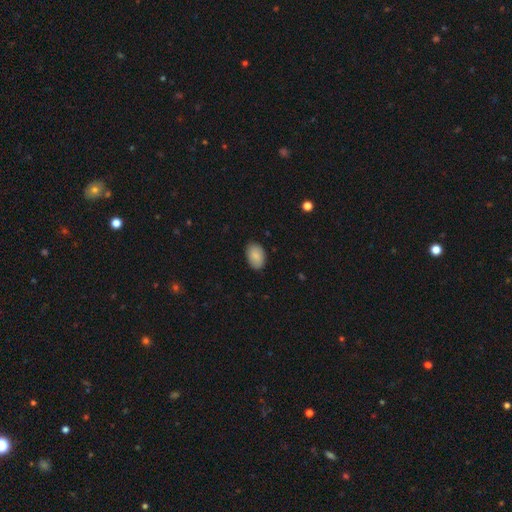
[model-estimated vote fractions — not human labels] This is clearly a smooth galaxy (88%). How rounded: clearly in between (88%). Merging: clearly none (86%).